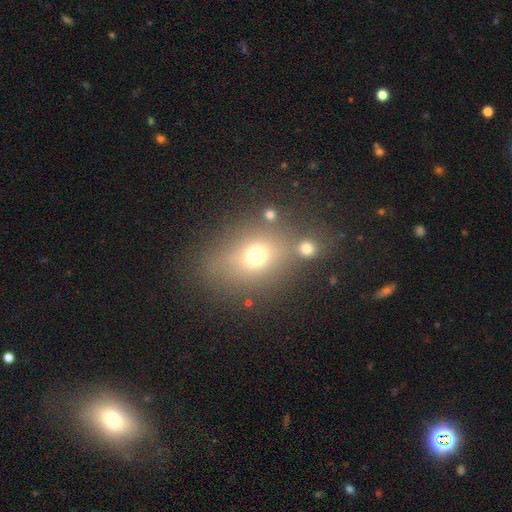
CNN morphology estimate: This appears to be a smooth galaxy with no disk features (66%) that is in between round and cigar-shaped (56%). Merging: none (62%).